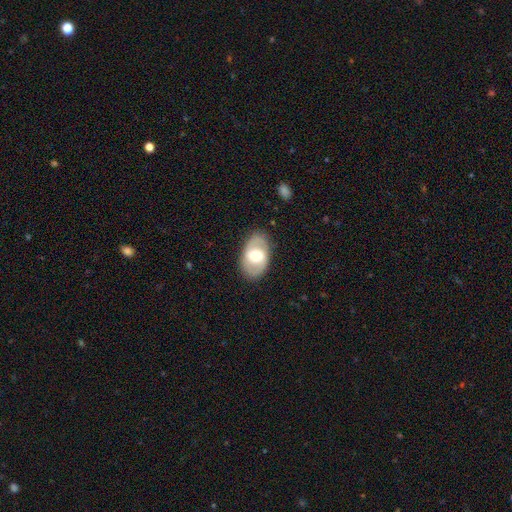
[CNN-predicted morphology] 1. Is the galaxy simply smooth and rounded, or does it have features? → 55% featured or disk, 40% smooth, 6% star or artifact.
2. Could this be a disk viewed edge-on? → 93% no, 7% yes.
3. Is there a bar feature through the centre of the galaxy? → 42% weak, 36% no, 22% strong.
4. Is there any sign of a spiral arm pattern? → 55% yes, 45% no.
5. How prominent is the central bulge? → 58% moderate, 28% large, 10% small, 3% dominant, 1% none.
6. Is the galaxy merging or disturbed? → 84% none, 11% minor disturbance, 4% major disturbance, 1% merger.